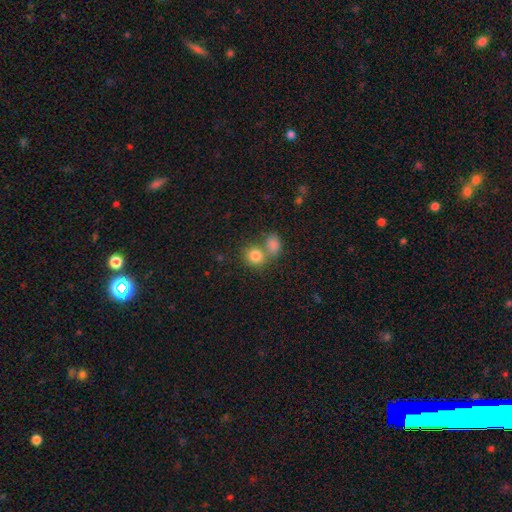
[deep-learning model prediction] smooth 82%, star or artifact 11%, featured or disk 8%. Down the decision tree: how rounded — round (76%); merging — none (47%).